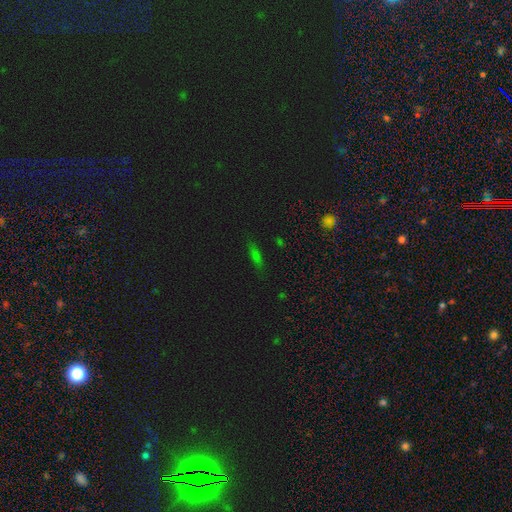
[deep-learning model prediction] Smooth or featured? smooth (60%)
How rounded? cigar-shaped (59%)
Merging? none (83%)